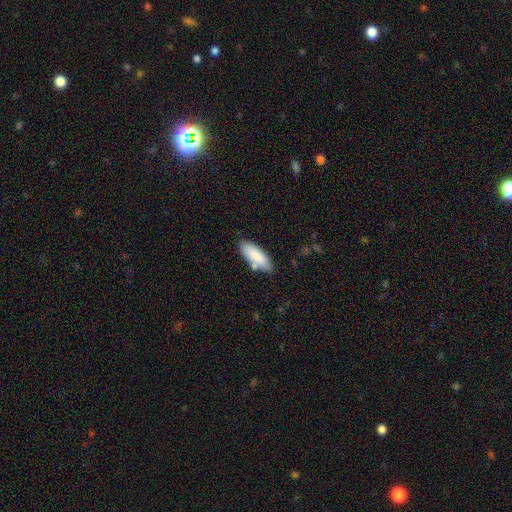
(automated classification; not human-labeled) smooth_or_featured: smooth (p=0.86) [alt: featured or disk p=0.08]
how_rounded: in between (p=0.68) [alt: cigar-shaped p=0.30]
merging: none (p=0.76) [alt: minor disturbance p=0.14]